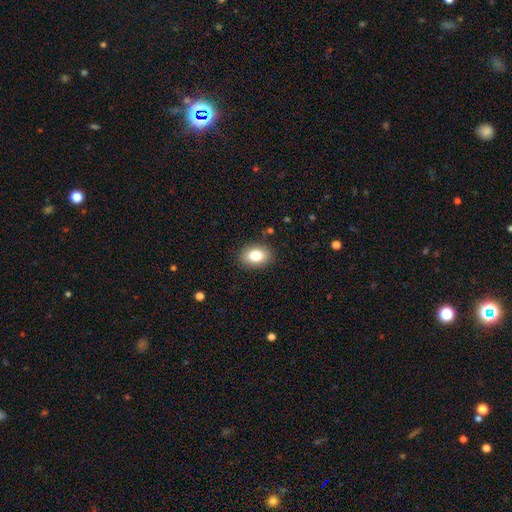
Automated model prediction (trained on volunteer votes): smooth 83%, featured or disk 9%, star or artifact 8%. Down the decision tree: how rounded — in between (79%); merging — none (87%).